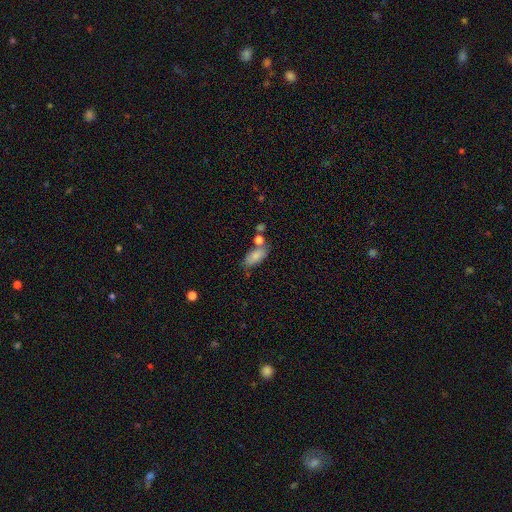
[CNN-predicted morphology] type=smooth (81%); roundness=in between (88%); merging=none (57%).